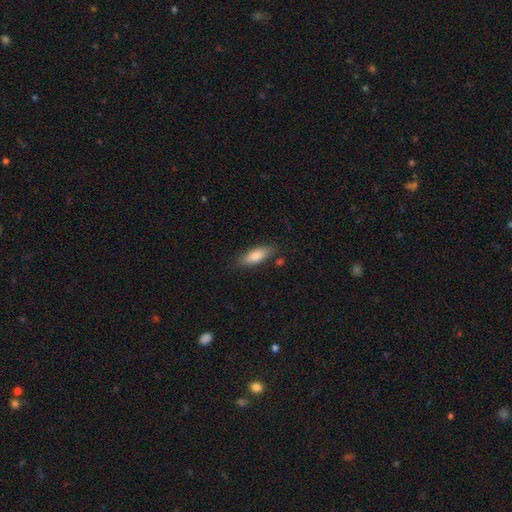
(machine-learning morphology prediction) type=smooth (81%); roundness=in between (69%); merging=none (81%).